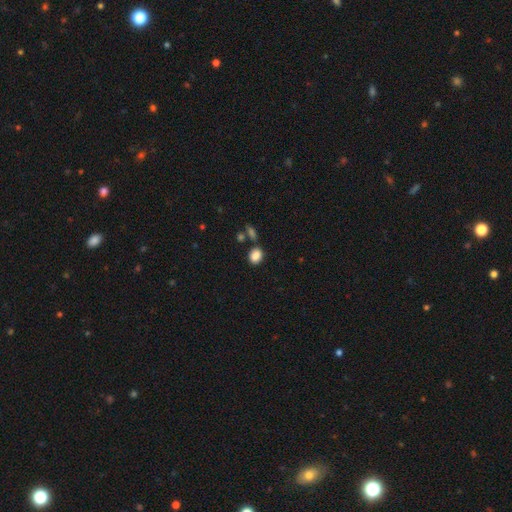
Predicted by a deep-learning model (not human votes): This appears to be a smooth galaxy with no disk features (86%) that is in between round and cigar-shaped (61%). Merging: none (71%).